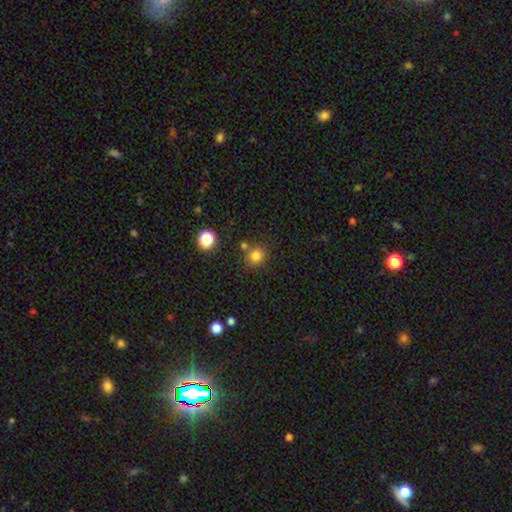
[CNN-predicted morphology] type=smooth (81%); roundness=round (86%); merging=none (74%).